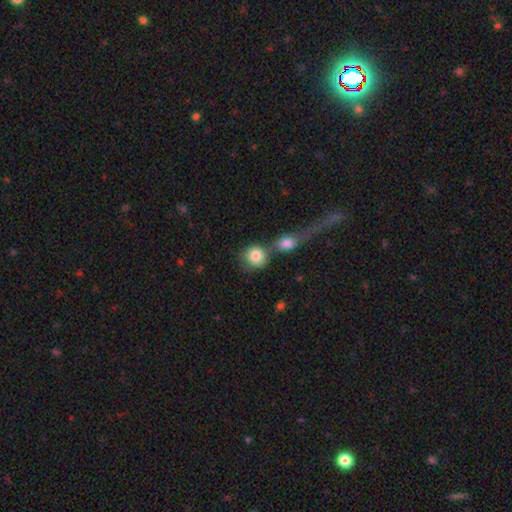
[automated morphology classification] Smooth or featured? Predicted: smooth (p=0.83). How rounded? Predicted: round (p=0.85). Merging? Predicted: merger (p=0.48).